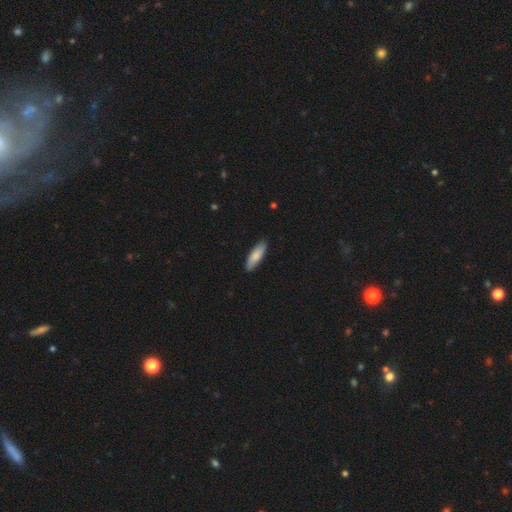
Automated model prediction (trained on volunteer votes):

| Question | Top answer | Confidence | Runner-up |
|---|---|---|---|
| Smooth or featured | smooth | 81% | featured or disk (14%) |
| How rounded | in between | 50% | cigar-shaped (48%) |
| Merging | none | 88% | minor disturbance (10%) |